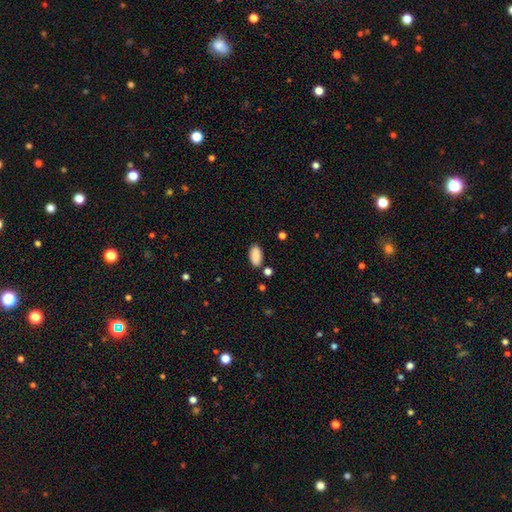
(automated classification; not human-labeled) Smooth or featured: smooth — 89% (star or artifact — 7%)
How rounded: in between — 94% (cigar-shaped — 4%)
Merging: none — 82% (minor disturbance — 11%)